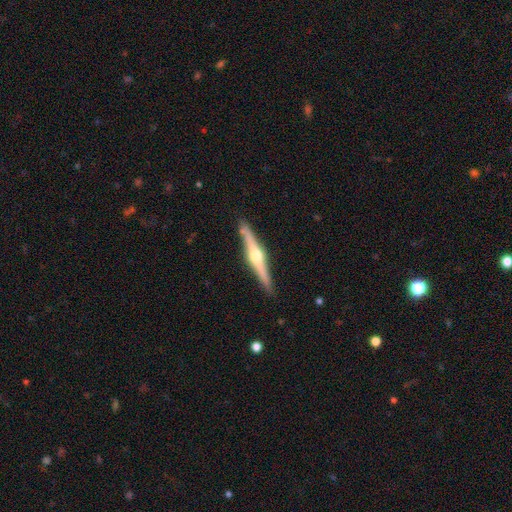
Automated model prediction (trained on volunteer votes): Overall: featured or disk (78%). Edge-on disk: yes (98%). Edge-on bulge: rounded (94%). Merging: none (89%).